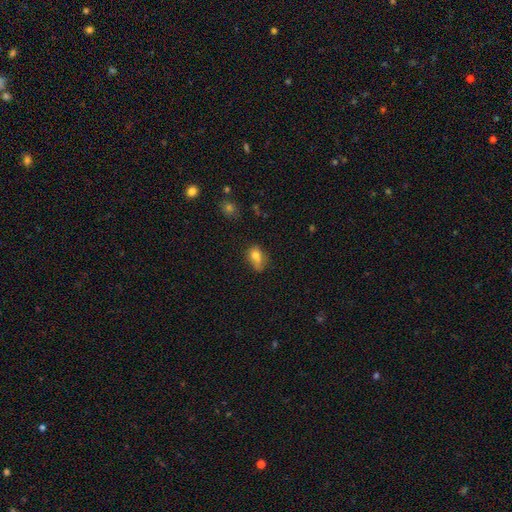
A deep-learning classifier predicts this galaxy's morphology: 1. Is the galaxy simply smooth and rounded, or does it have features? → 73% smooth, 15% featured or disk, 11% star or artifact.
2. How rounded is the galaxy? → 71% in between, 25% round, 4% cigar-shaped.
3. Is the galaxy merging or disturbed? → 40% none, 34% minor disturbance, 16% major disturbance, 10% merger.